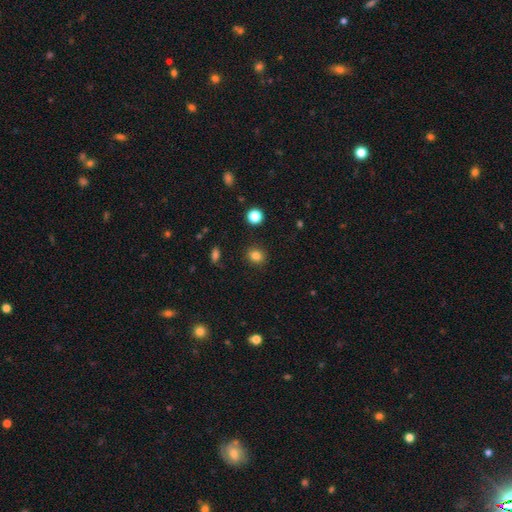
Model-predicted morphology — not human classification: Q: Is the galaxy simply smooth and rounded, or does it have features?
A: smooth — 83%.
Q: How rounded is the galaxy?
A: round — 76%.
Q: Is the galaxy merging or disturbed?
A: none — 90%.